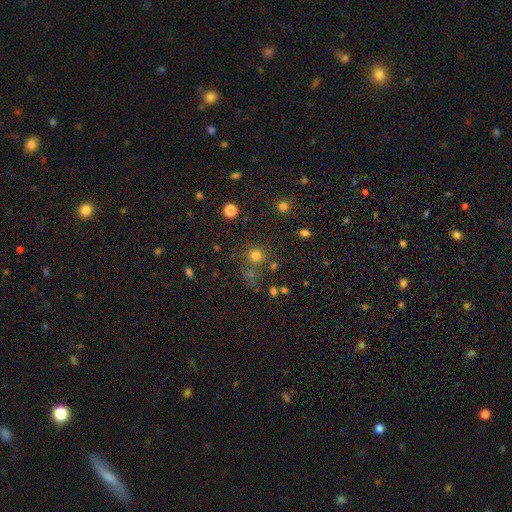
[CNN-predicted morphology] The model was most divided on "smooth or featured": smooth: 73%, star or artifact: 20%, featured or disk: 7%. More confident: how rounded — round (91%); merging — none (70%).